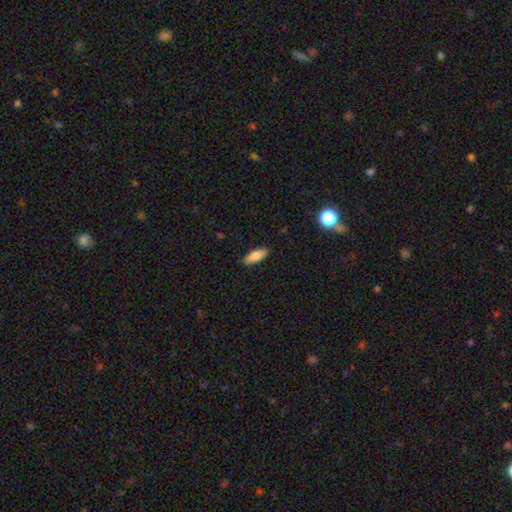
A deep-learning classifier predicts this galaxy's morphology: Smooth or featured? Predicted: smooth (p=0.77). How rounded? Predicted: in between (p=0.67). Merging? Predicted: none (p=0.89).